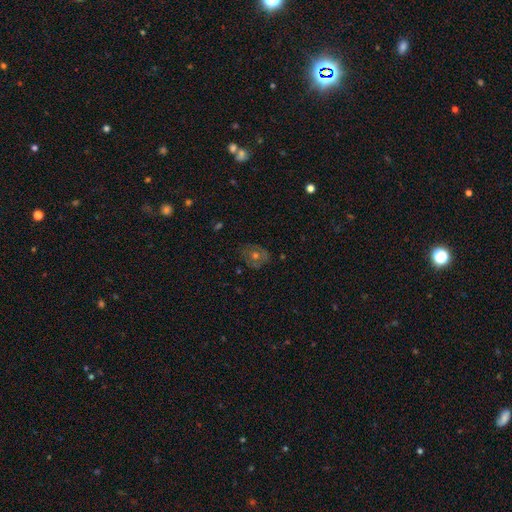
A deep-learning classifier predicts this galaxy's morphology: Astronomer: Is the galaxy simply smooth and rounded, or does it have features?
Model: featured or disk — 43% (runner-up: smooth, 39%).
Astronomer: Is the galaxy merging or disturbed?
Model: none — 78%.